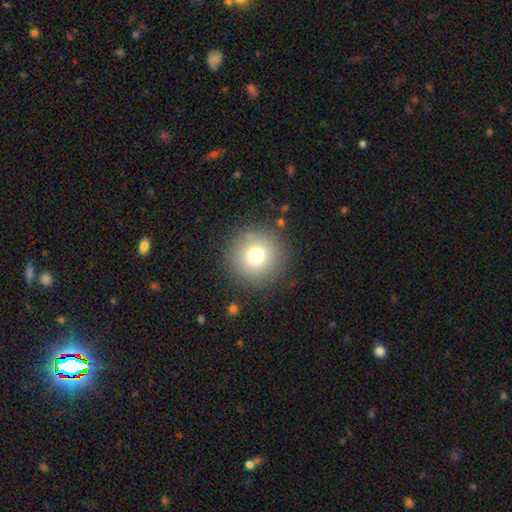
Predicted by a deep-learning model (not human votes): This appears to be a smooth galaxy with no disk features (76%) that is round (96%). Merging: none (88%).